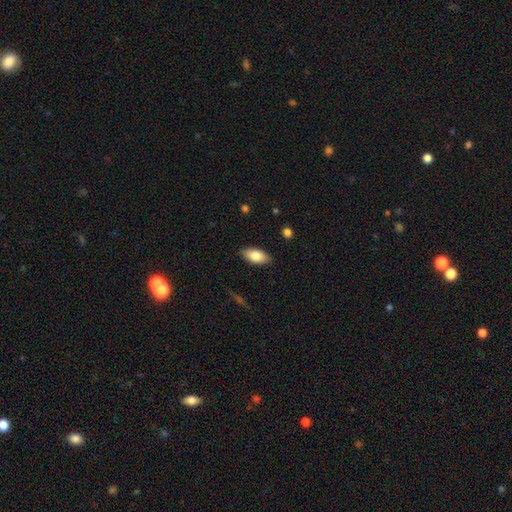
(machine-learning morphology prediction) smooth 80%, featured or disk 14%, star or artifact 7%. Down the decision tree: how rounded — in between (91%); merging — none (87%).